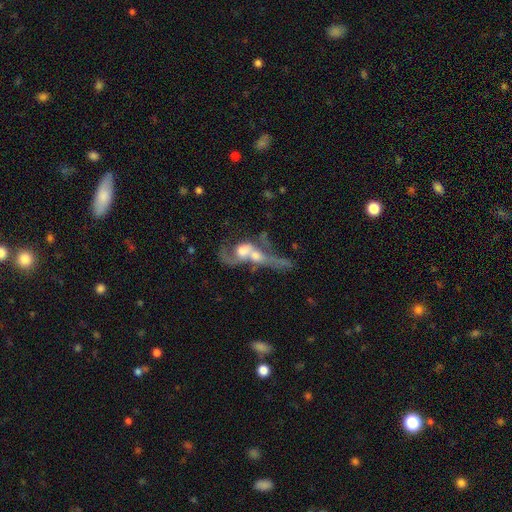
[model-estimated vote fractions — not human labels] A featured or disk galaxy (56%).

Vote fractions:
- Smooth or featured? featured or disk: 56% / smooth: 35% / star or artifact: 9%
- Edge-on disk? no: 88% / yes: 12%
- Merging? merger: 78% / major disturbance: 11% / none: 7% / minor disturbance: 4%